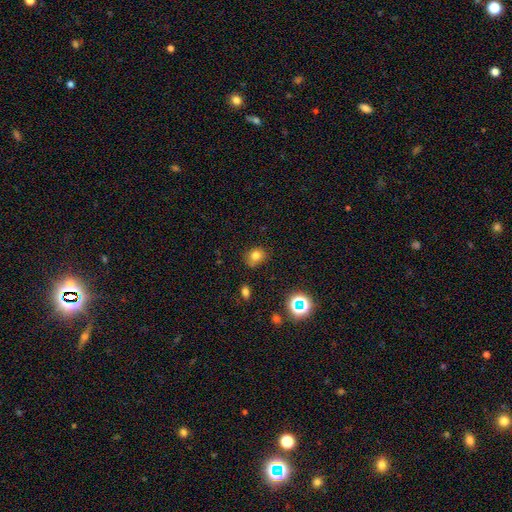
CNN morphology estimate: smooth-or-featured: smooth: 75% | star or artifact: 17% | featured or disk: 8%
  how-rounded: round: 60% | in between: 39% | cigar-shaped: 1%
  merging: none: 71% | minor disturbance: 22% | major disturbance: 5% | merger: 3%